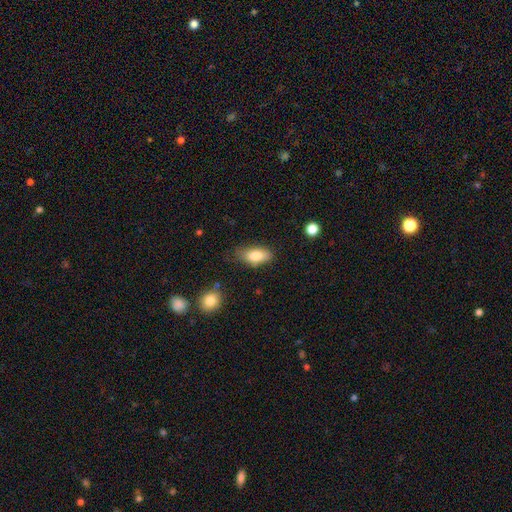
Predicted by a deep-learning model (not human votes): Q: Smooth or featured?
A: smooth (82%); runner-up: featured or disk (11%)
Q: How rounded?
A: in between (87%); runner-up: cigar-shaped (10%)
Q: Merging?
A: none (71%); runner-up: minor disturbance (22%)